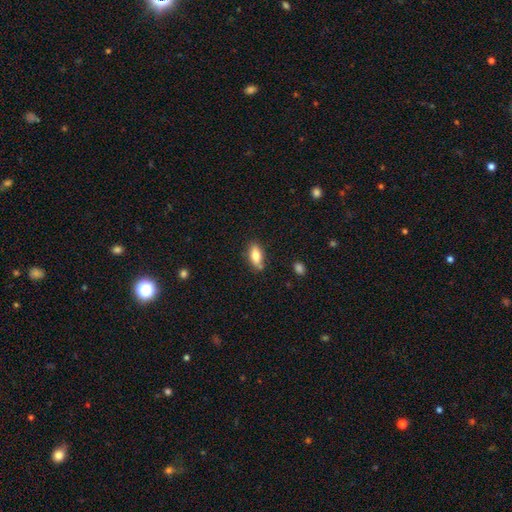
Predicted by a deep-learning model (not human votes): This appears to be a smooth galaxy with no disk features (76%) that is in between round and cigar-shaped (81%). Merging: none (76%).